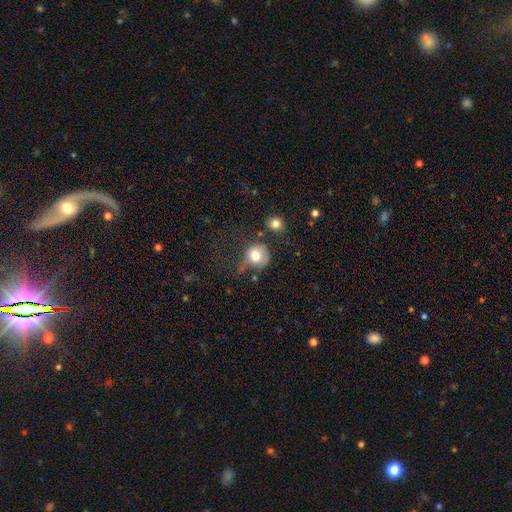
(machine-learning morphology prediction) Smooth or featured? smooth (75%)
How rounded? round (83%)
Merging? none (39%)